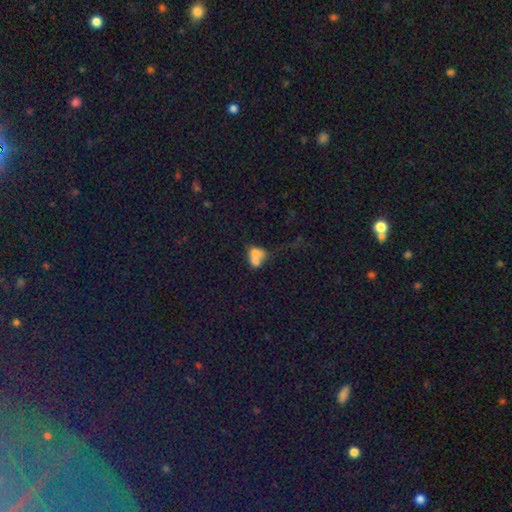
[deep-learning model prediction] smooth_or_featured: smooth (p=0.63) [alt: featured or disk p=0.23]
how_rounded: in between (p=0.59) [alt: round p=0.39]
merging: merger (p=0.65) [alt: none p=0.16]